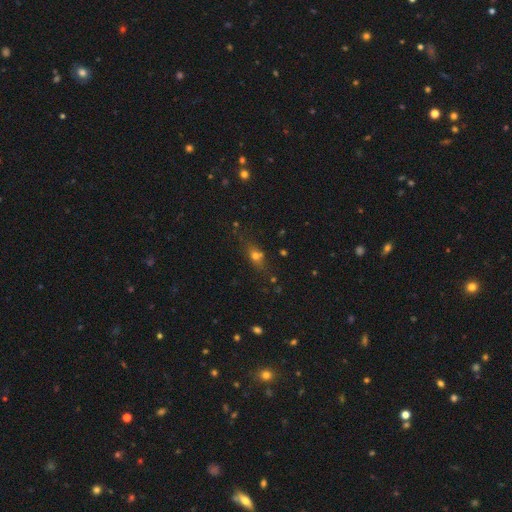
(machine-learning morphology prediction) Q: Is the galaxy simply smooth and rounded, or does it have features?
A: smooth — 61%.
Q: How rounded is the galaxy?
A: in between — 55%.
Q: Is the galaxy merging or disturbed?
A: none — 65%.